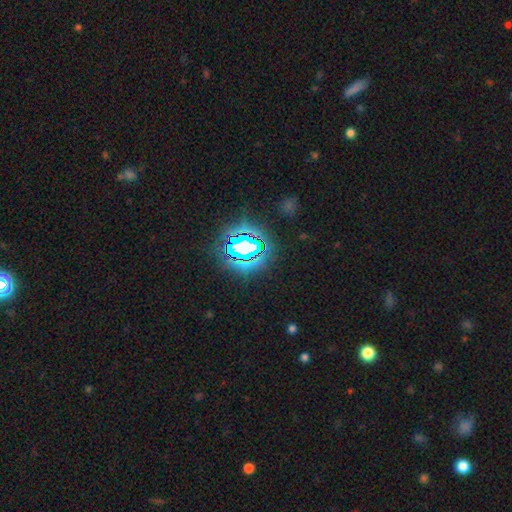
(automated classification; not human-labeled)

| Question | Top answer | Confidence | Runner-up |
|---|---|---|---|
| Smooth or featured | star or artifact | 81% | smooth (13%) |